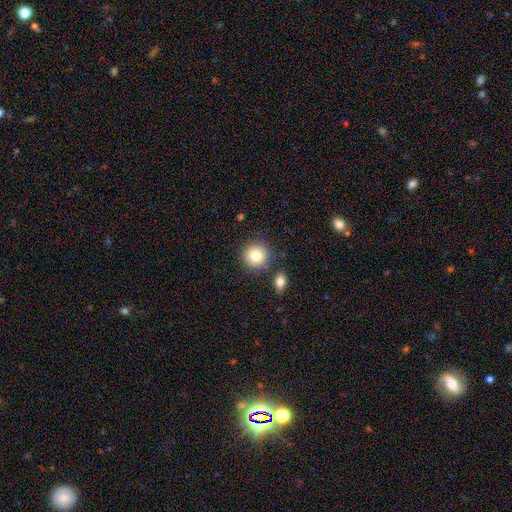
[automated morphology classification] Smooth or featured?
  - smooth: 80% *
  - star or artifact: 10%
  - featured or disk: 10%
How rounded?
  - round: 93% *
  - in between: 6%
  - cigar-shaped: 1%
Merging?
  - none: 82% *
  - minor disturbance: 8%
  - merger: 7%
  - major disturbance: 3%